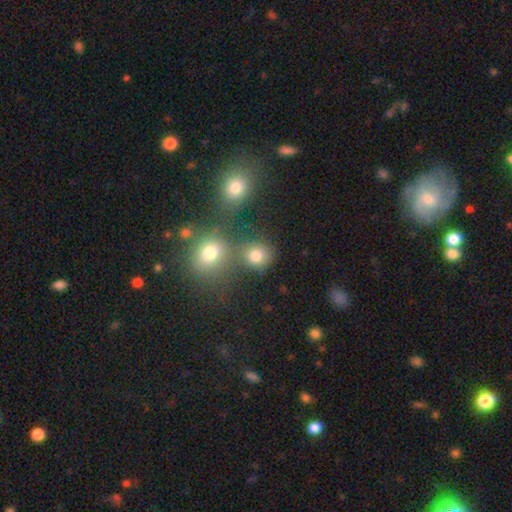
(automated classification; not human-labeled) Morphology: type=smooth (77%); roundness=round (79%); merging=none (59%).